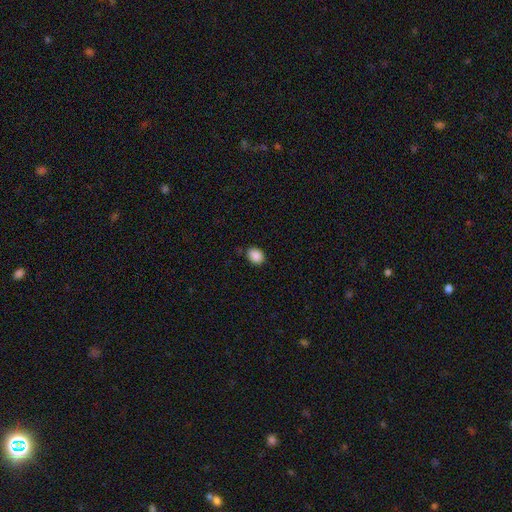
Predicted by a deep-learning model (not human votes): Q: Smooth or featured?
A: smooth (89%); runner-up: star or artifact (8%)
Q: How rounded?
A: in between (58%); runner-up: round (41%)
Q: Merging?
A: none (84%); runner-up: minor disturbance (12%)